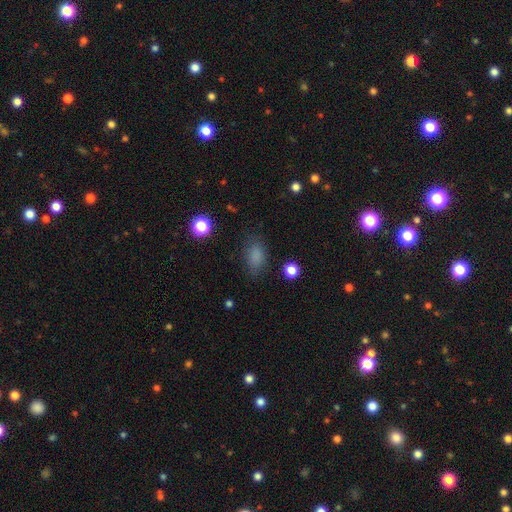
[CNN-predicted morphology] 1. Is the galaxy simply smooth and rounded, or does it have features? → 82% smooth, 13% star or artifact, 5% featured or disk.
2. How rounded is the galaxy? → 84% in between, 13% round, 2% cigar-shaped.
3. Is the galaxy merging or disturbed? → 76% none, 16% minor disturbance, 6% major disturbance, 2% merger.